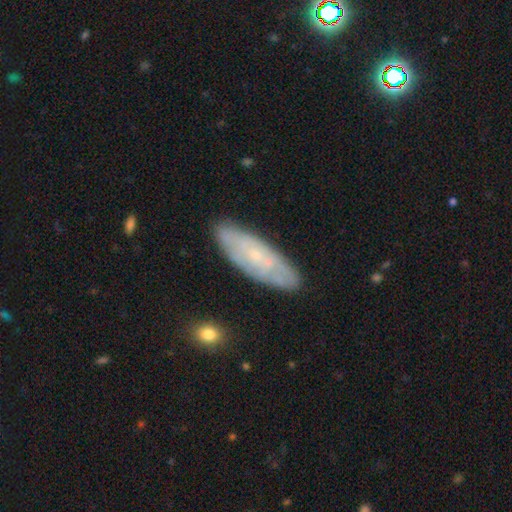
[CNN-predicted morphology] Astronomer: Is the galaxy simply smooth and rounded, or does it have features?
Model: featured or disk — 59% (runner-up: smooth, 35%).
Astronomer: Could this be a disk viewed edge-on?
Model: no — 79%.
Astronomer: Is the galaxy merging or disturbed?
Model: none — 82%.